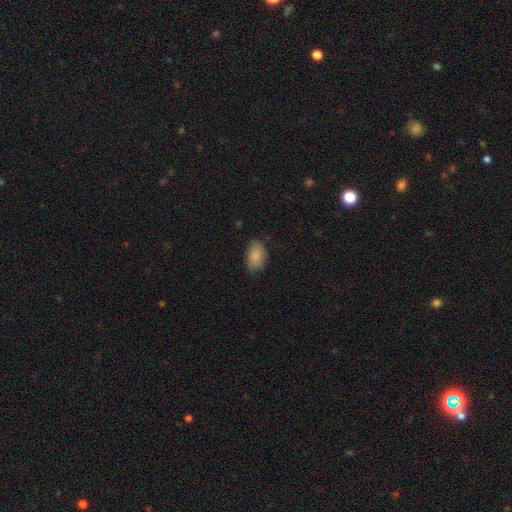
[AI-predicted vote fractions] Overall: smooth (84%). How rounded: in between (93%). Merging: none (73%).